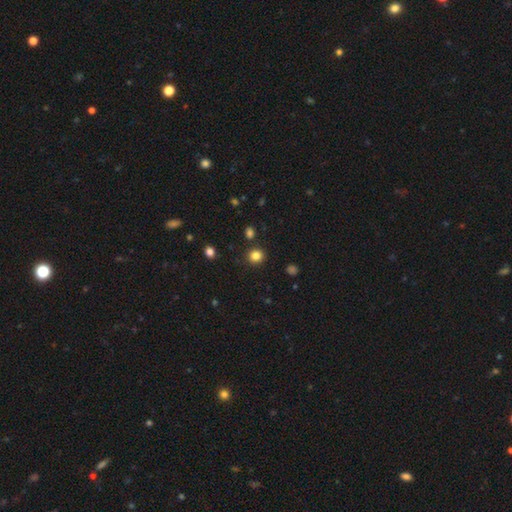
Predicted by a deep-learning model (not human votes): Smooth or featured? smooth (83%)
How rounded? round (87%)
Merging? none (88%)